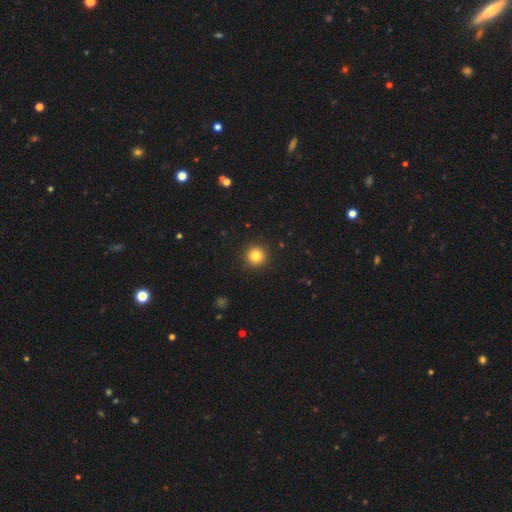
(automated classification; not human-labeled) Smooth or featured?
  - smooth: 83% *
  - star or artifact: 11%
  - featured or disk: 6%
How rounded?
  - round: 95% *
  - in between: 4%
  - cigar-shaped: 1%
Merging?
  - none: 92% *
  - minor disturbance: 5%
  - major disturbance: 2%
  - merger: 1%